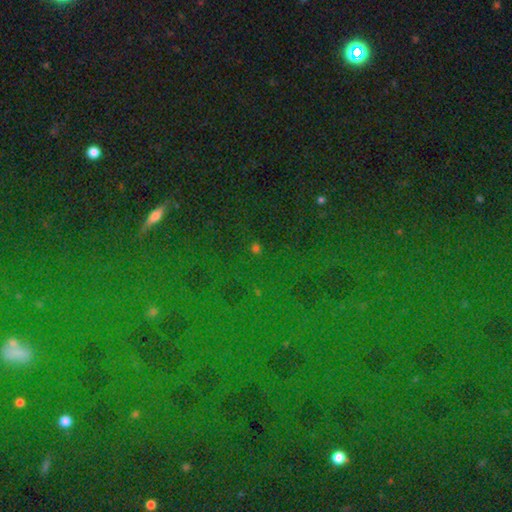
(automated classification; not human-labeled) The model was most divided on "smooth or featured": star or artifact: 81%, smooth: 12%, featured or disk: 8%.